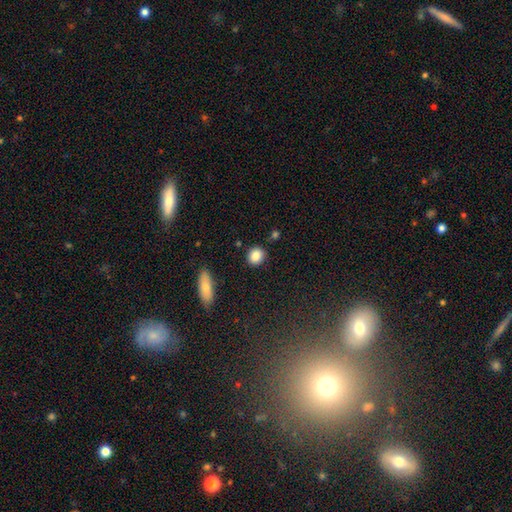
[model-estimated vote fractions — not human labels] smooth-or-featured: smooth: 85% | star or artifact: 9% | featured or disk: 6%
  how-rounded: round: 75% | in between: 23% | cigar-shaped: 2%
  merging: none: 86% | minor disturbance: 9% | merger: 3% | major disturbance: 2%